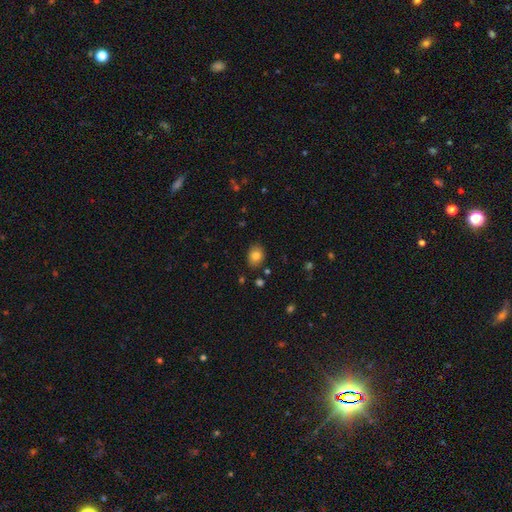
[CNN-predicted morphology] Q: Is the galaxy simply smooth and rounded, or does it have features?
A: smooth — 82%.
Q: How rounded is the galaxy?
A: in between — 60%.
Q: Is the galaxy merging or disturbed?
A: none — 84%.